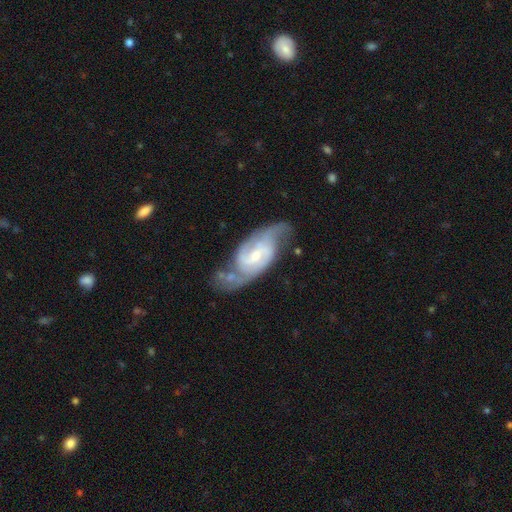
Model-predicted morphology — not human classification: This appears to be a featured or disk galaxy (87%) with a weak bar (52%), 2 (73%) medium (50%) spiral arms (97%) and a small central bulge (54%). Merging: none (58%).